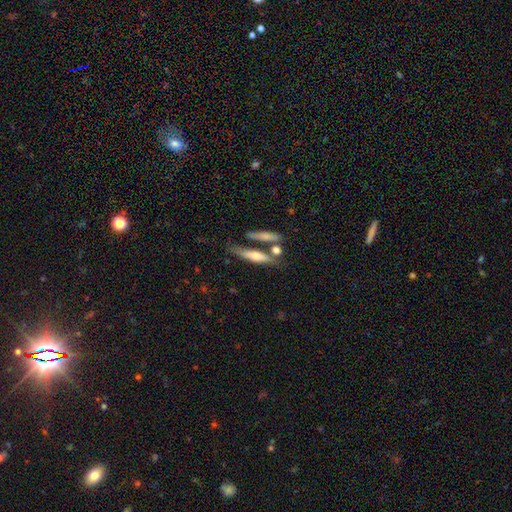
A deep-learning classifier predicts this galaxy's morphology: Smooth or featured: smooth — 49% (featured or disk — 43%)
Merging: none — 57% (merger — 22%)